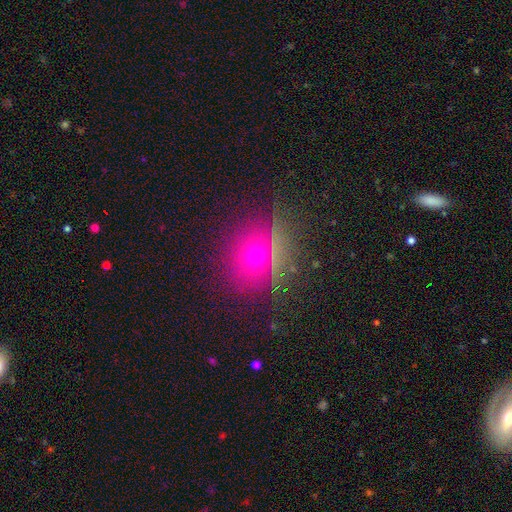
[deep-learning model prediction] Smooth or featured? smooth (62%)
How rounded? round (73%)
Merging? none (83%)